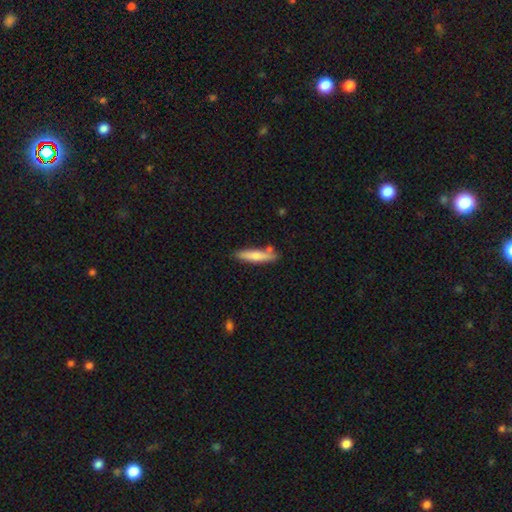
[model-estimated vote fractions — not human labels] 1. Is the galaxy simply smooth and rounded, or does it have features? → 71% smooth, 23% featured or disk, 6% star or artifact.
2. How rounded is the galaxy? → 84% cigar-shaped, 14% in between, 1% round.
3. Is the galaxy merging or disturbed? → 77% none, 14% minor disturbance, 7% merger, 3% major disturbance.